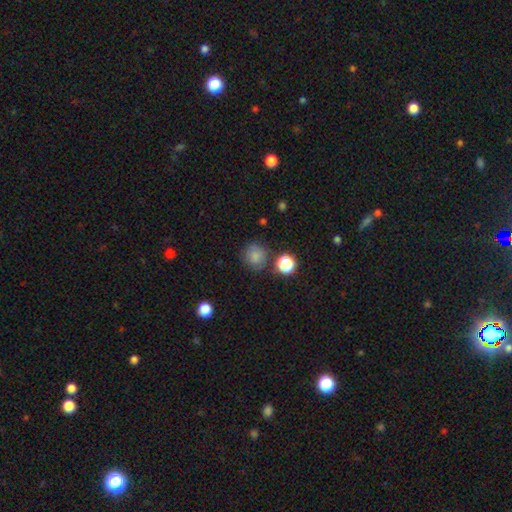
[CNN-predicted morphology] Smooth or featured? Predicted: smooth (p=0.80). How rounded? Predicted: round (p=0.89). Merging? Predicted: none (p=0.77).